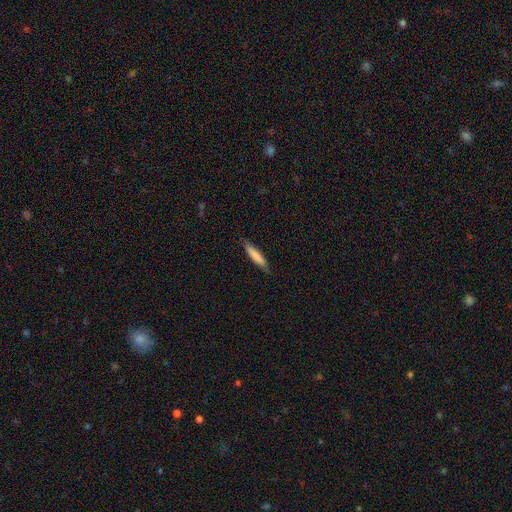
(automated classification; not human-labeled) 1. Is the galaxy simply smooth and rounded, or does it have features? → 77% smooth, 17% featured or disk, 6% star or artifact.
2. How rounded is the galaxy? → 88% cigar-shaped, 10% in between, 1% round.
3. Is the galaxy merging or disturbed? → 84% none, 12% minor disturbance, 2% major disturbance, 1% merger.